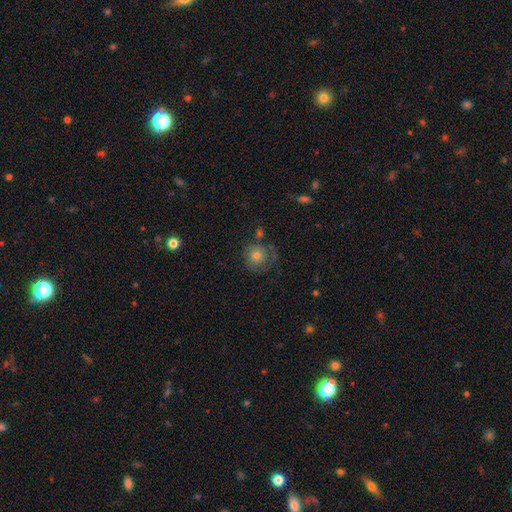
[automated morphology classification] Smooth or featured: smooth — 69% (featured or disk — 21%)
How rounded: round — 89% (in between — 10%)
Merging: none — 57% (minor disturbance — 22%)